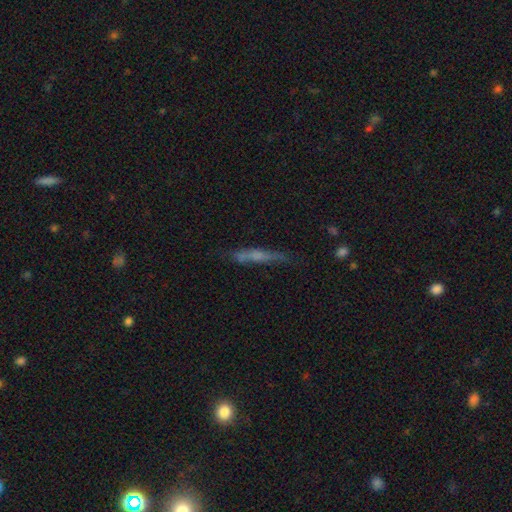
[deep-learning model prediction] Q: Smooth or featured?
A: featured or disk (46%); runner-up: smooth (44%)
Q: Merging?
A: none (69%); runner-up: minor disturbance (20%)